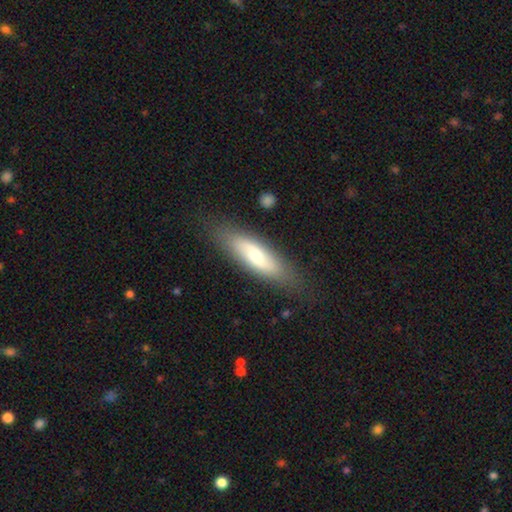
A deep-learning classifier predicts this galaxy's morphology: Q: Smooth or featured?
A: smooth (62%); runner-up: featured or disk (33%)
Q: How rounded?
A: cigar-shaped (54%); runner-up: in between (44%)
Q: Merging?
A: none (80%); runner-up: minor disturbance (14%)